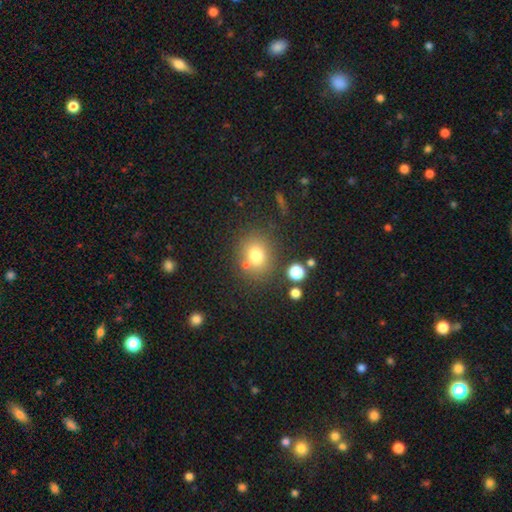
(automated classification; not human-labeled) Smooth or featured?
  - smooth: 76% *
  - star or artifact: 14%
  - featured or disk: 10%
How rounded?
  - round: 68% *
  - in between: 31%
  - cigar-shaped: 1%
Merging?
  - none: 74% *
  - minor disturbance: 12%
  - merger: 9%
  - major disturbance: 5%